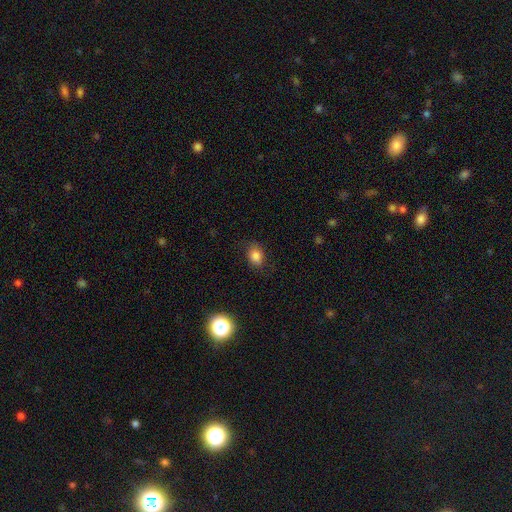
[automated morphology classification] Q: Smooth or featured?
A: smooth (83%); runner-up: star or artifact (11%)
Q: How rounded?
A: in between (54%); runner-up: round (45%)
Q: Merging?
A: none (79%); runner-up: minor disturbance (16%)